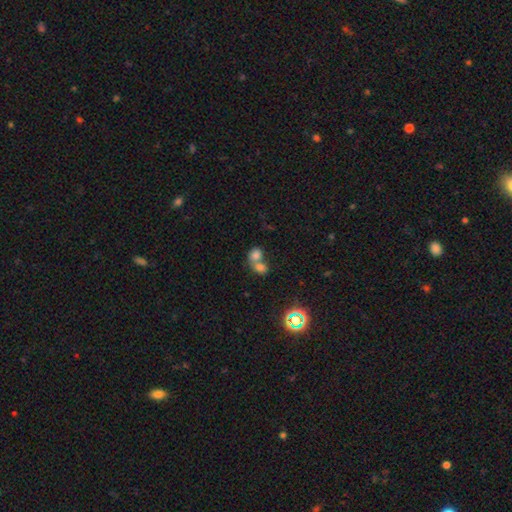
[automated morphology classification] A smooth galaxy with no disk features (74%) that is round (52%). Merging: merger (68%).